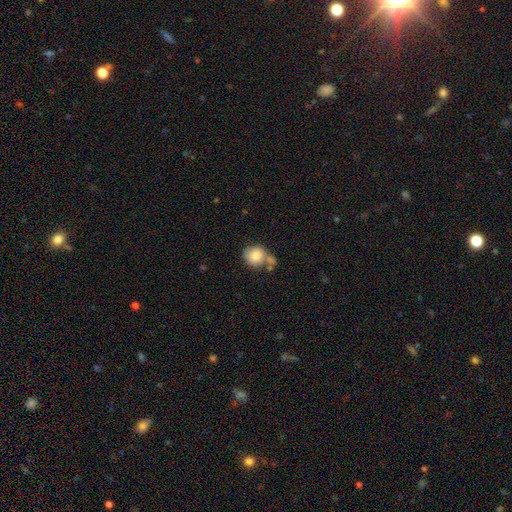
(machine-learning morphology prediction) Smooth or featured?
  - smooth: 83% *
  - featured or disk: 9%
  - star or artifact: 8%
How rounded?
  - round: 75% *
  - in between: 24%
  - cigar-shaped: 1%
Merging?
  - none: 47% *
  - merger: 29%
  - minor disturbance: 17%
  - major disturbance: 7%